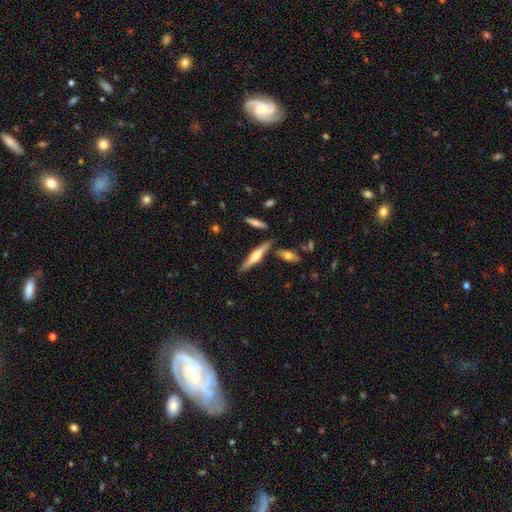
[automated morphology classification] Smooth or featured? featured or disk (57%)
Edge-on disk? yes (96%)
Edge-on bulge? rounded (89%)
Merging? none (80%)